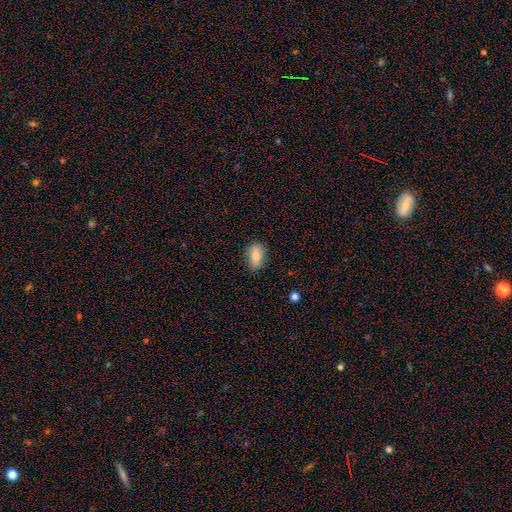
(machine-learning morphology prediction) Smooth or featured? smooth (74%)
How rounded? in between (79%)
Merging? none (80%)